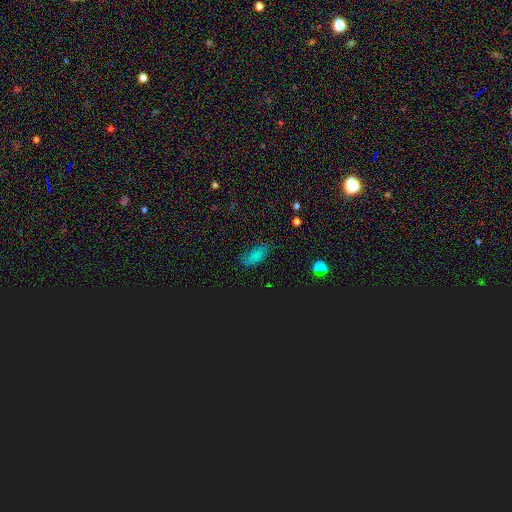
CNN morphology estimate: The model was most divided on "smooth or featured": smooth: 59%, star or artifact: 26%, featured or disk: 15%. More confident: how rounded — in between (90%); merging — none (64%).